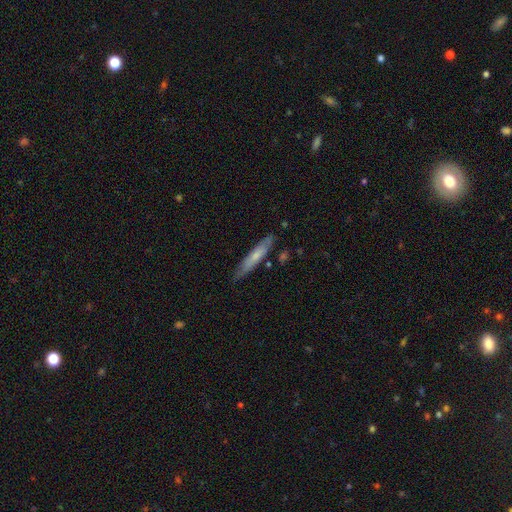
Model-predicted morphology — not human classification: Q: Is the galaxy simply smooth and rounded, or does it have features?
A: smooth — 58%.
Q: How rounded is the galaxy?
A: cigar-shaped — 90%.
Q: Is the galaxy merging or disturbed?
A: none — 79%.